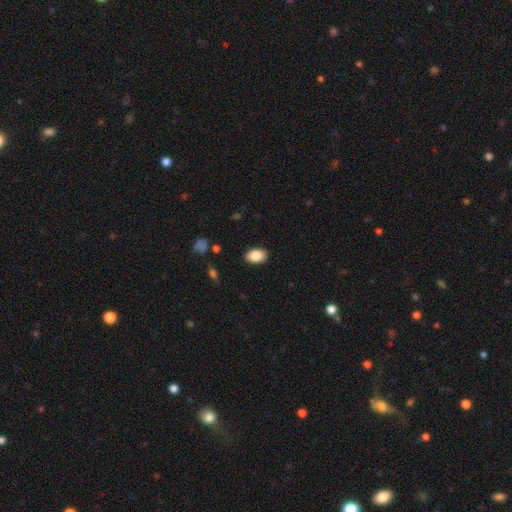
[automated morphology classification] The model was most divided on "merging": none: 88%, minor disturbance: 9%, major disturbance: 2%, merger: 1%. More confident: how rounded — in between (90%); smooth or featured — smooth (88%).